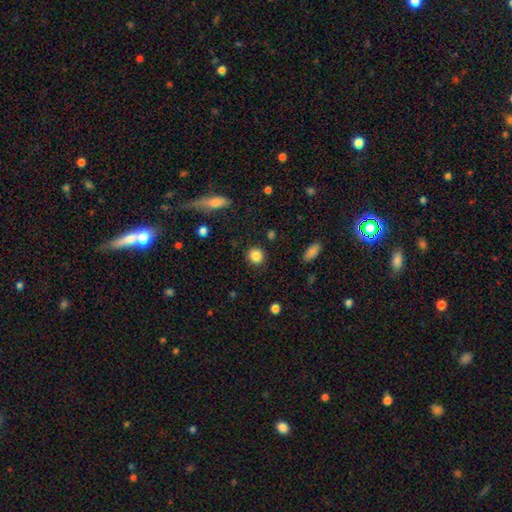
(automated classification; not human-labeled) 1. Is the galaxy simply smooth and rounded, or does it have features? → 86% smooth, 9% star or artifact, 5% featured or disk.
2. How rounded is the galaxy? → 91% round, 8% in between, 1% cigar-shaped.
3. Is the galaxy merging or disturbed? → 90% none, 6% minor disturbance, 2% major disturbance, 1% merger.